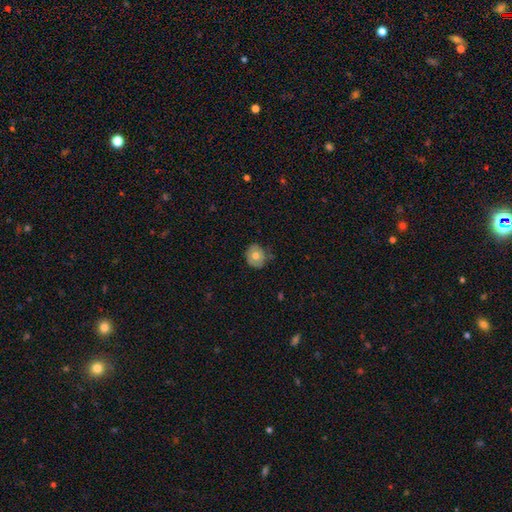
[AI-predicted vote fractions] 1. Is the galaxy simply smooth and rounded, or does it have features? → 63% smooth, 28% featured or disk, 8% star or artifact.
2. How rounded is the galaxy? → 79% round, 20% in between, 1% cigar-shaped.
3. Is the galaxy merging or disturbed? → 67% none, 25% minor disturbance, 6% major disturbance, 2% merger.